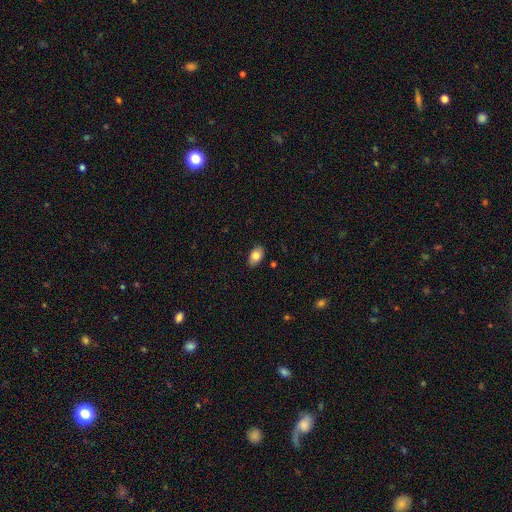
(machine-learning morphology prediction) smooth-or-featured: smooth: 82% | featured or disk: 10% | star or artifact: 7%
  how-rounded: in between: 92% | round: 7% | cigar-shaped: 2%
  merging: none: 87% | minor disturbance: 10% | major disturbance: 2% | merger: 1%